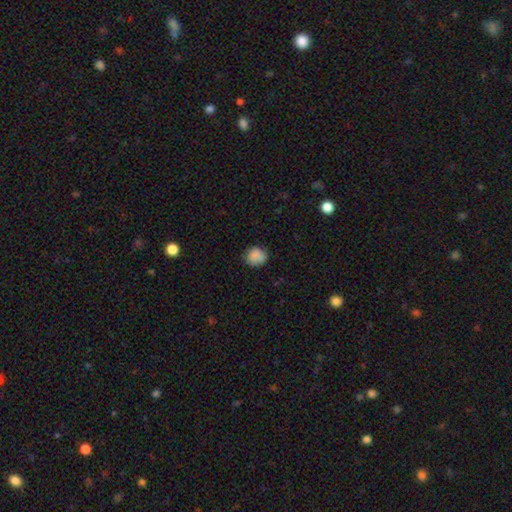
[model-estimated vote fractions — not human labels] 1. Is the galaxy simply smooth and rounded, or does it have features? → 85% smooth, 9% star or artifact, 6% featured or disk.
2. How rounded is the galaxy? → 79% round, 20% in between, 1% cigar-shaped.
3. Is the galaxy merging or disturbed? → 75% none, 20% minor disturbance, 4% major disturbance, 1% merger.